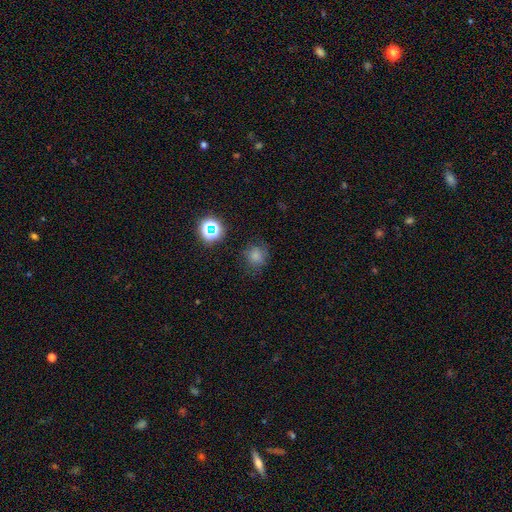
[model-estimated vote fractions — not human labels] The model was most divided on "smooth or featured": smooth: 72%, star or artifact: 19%, featured or disk: 9%. More confident: how rounded — round (85%); merging — none (74%).